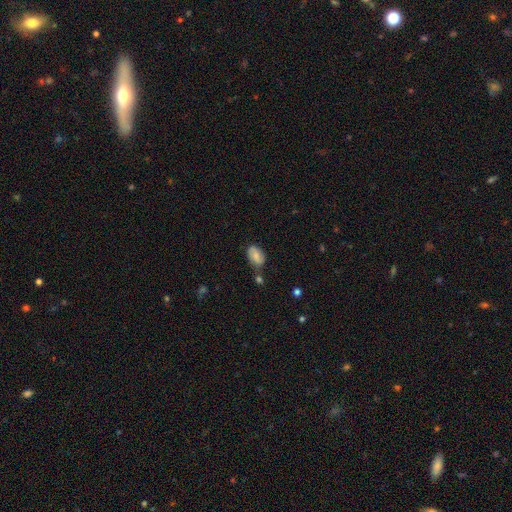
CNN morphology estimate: Smooth or featured?
  - smooth: 71% *
  - featured or disk: 20%
  - star or artifact: 8%
How rounded?
  - in between: 90% *
  - round: 9%
  - cigar-shaped: 2%
Merging?
  - none: 62% *
  - minor disturbance: 22%
  - merger: 11%
  - major disturbance: 5%